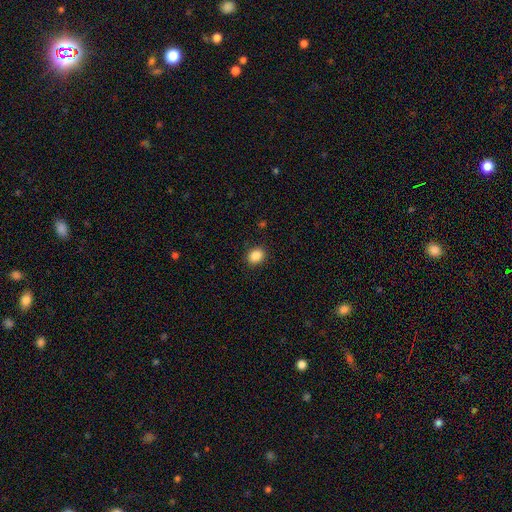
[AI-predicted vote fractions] Smooth or featured?
  - smooth: 87% *
  - star or artifact: 9%
  - featured or disk: 3%
How rounded?
  - round: 52% *
  - in between: 47%
  - cigar-shaped: 1%
Merging?
  - none: 90% *
  - minor disturbance: 7%
  - major disturbance: 2%
  - merger: 1%